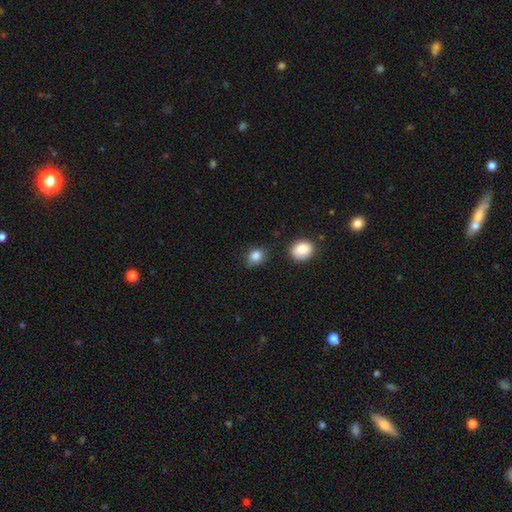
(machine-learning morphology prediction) The model was most divided on "how rounded": round: 50%, in between: 49%, cigar-shaped: 1%. More confident: smooth or featured — smooth (85%); merging — none (73%).